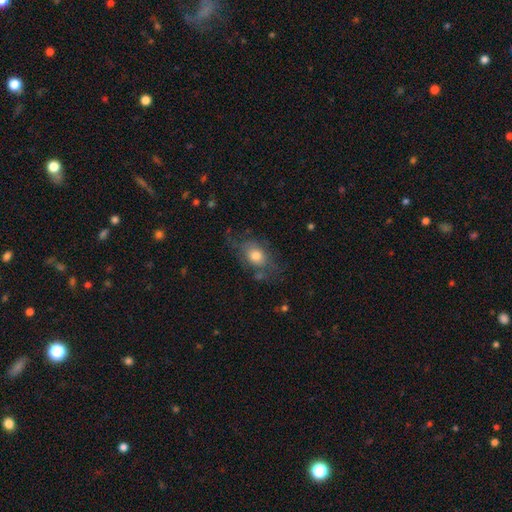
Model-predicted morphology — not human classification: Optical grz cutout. It shows a smooth galaxy with no disk features (63%) that is in between round and cigar-shaped (74%). Merging: none (51%).